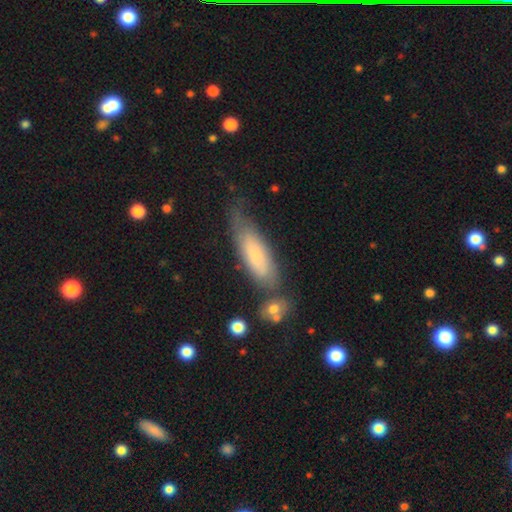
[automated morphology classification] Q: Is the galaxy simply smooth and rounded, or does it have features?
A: smooth — 64%.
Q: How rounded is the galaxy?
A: in between — 52%.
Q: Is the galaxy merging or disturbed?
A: none — 50%.